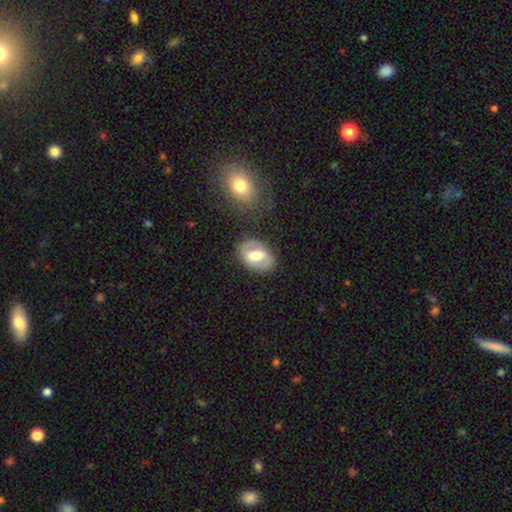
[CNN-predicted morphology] A smooth galaxy with no disk features (52%) that is in between round and cigar-shaped (85%).

Vote fractions:
- Smooth or featured? smooth: 52% / featured or disk: 41% / star or artifact: 7%
- How rounded? in between: 85% / round: 14% / cigar-shaped: 1%
- Merging? none: 76% / minor disturbance: 15% / major disturbance: 6% / merger: 3%